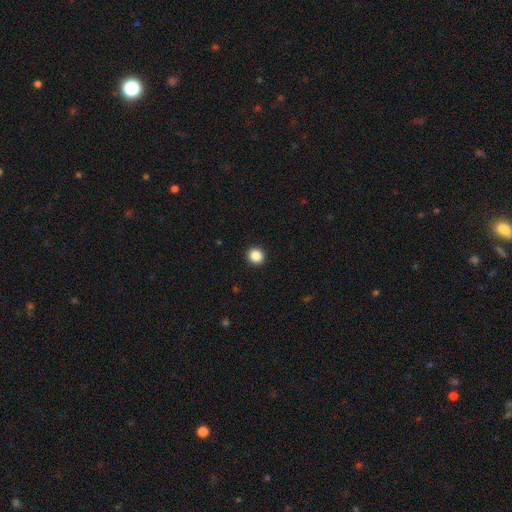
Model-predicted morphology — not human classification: Smooth or featured?
  - smooth: 87% *
  - star or artifact: 10%
  - featured or disk: 3%
How rounded?
  - round: 90% *
  - in between: 9%
  - cigar-shaped: 1%
Merging?
  - none: 93% *
  - minor disturbance: 4%
  - major disturbance: 2%
  - merger: 1%